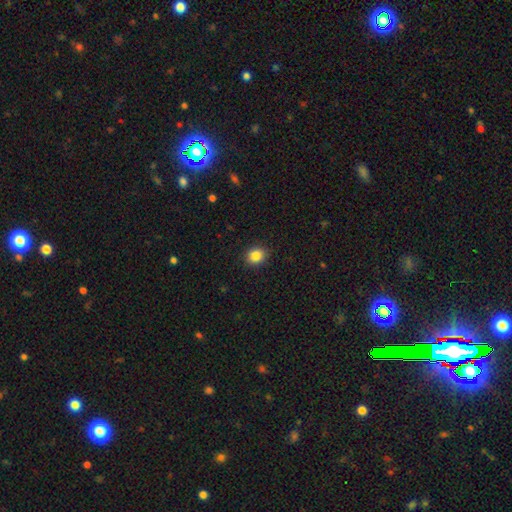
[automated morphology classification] The model was most divided on "how rounded": round: 71%, in between: 28%, cigar-shaped: 1%. More confident: merging — none (90%); smooth or featured — smooth (86%).